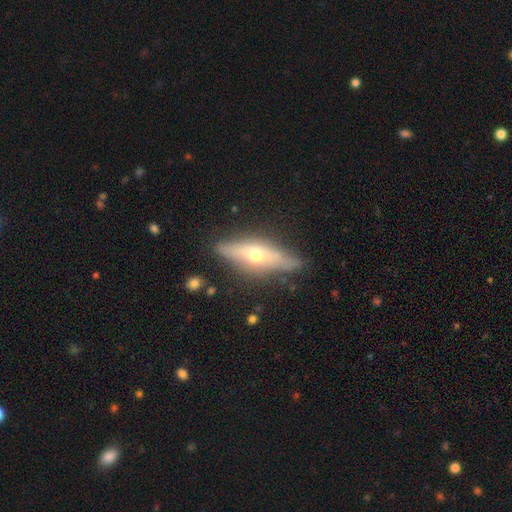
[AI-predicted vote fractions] Smooth or featured? Predicted: featured or disk (p=0.64). Edge-on disk? Predicted: yes (p=0.84). Edge-on bulge? Predicted: rounded (p=0.92). Merging? Predicted: none (p=0.79).